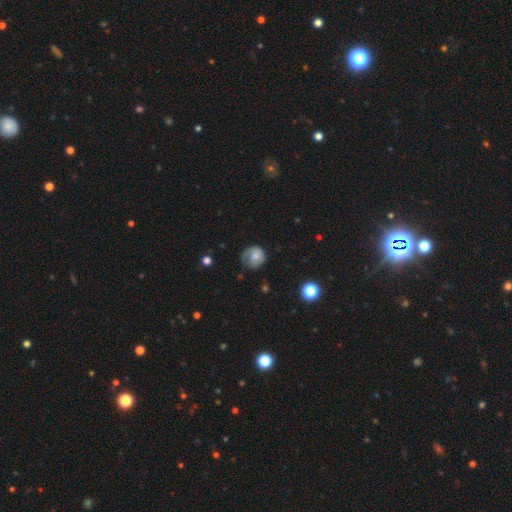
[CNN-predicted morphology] Smooth or featured: smooth — 56% (featured or disk — 36%)
How rounded: round — 82% (in between — 17%)
Merging: none — 54% (minor disturbance — 29%)